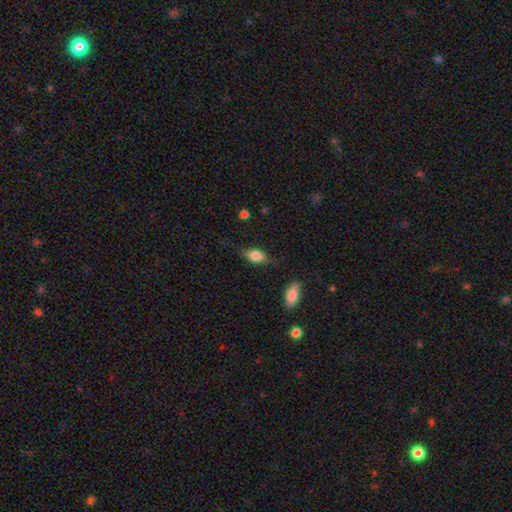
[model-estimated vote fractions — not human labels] The model was most divided on "merging": none: 70%, minor disturbance: 22%, major disturbance: 6%, merger: 2%. More confident: how rounded — in between (83%); smooth or featured — smooth (73%).